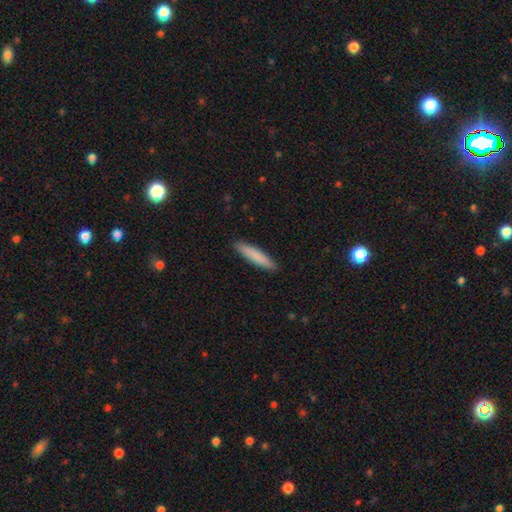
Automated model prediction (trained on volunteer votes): Smooth or featured: smooth — 83% (featured or disk — 12%)
How rounded: cigar-shaped — 90% (in between — 9%)
Merging: none — 91% (minor disturbance — 6%)